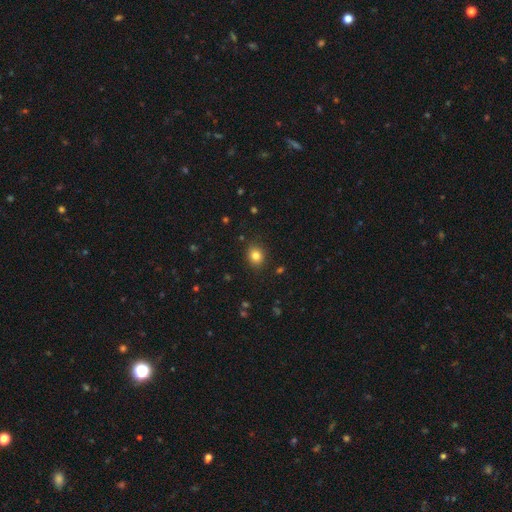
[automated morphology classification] Smooth or featured? Predicted: smooth (p=0.81). How rounded? Predicted: round (p=0.67). Merging? Predicted: none (p=0.88).